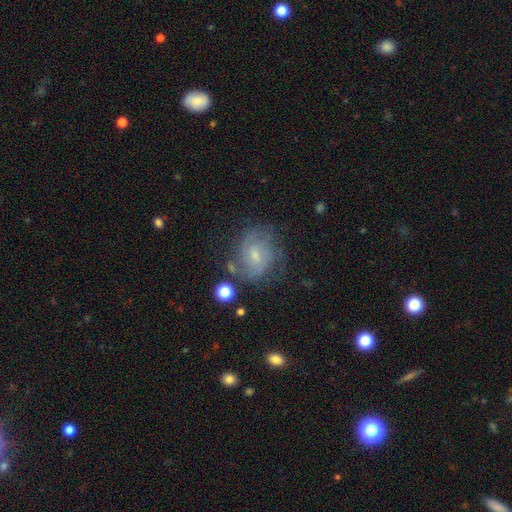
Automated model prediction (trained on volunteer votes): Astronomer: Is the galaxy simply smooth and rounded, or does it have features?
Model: featured or disk — 72%.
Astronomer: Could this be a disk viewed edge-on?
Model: no — 97%.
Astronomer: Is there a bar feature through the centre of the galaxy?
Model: weak — 51% (runner-up: no, 41%).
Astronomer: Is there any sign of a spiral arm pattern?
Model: yes — 90%.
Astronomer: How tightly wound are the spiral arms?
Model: tight — 44% (runner-up: medium, 42%).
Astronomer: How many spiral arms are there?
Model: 2 — 47% (runner-up: can't tell, 30%).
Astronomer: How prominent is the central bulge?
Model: small — 58% (runner-up: moderate, 33%).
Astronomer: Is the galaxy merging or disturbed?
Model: none — 66%.